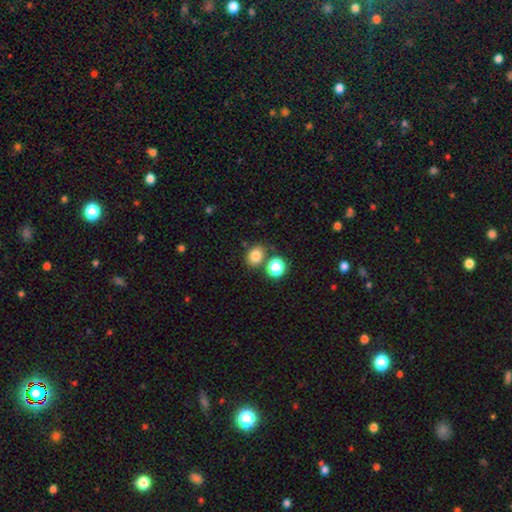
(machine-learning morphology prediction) Smooth or featured? Predicted: smooth (p=0.80). How rounded? Predicted: round (p=0.56). Merging? Predicted: none (p=0.71).